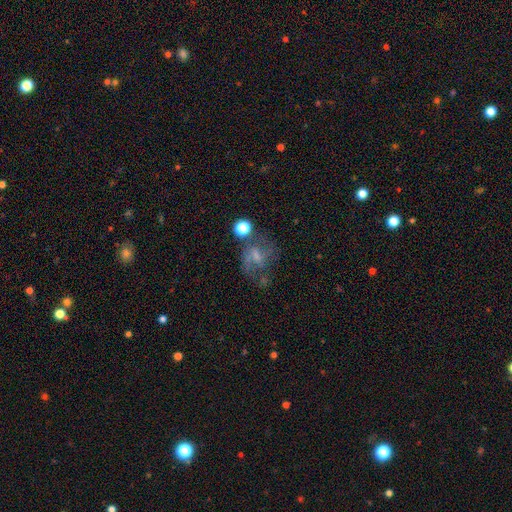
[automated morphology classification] Overall: featured or disk (54%; smooth 30%). Edge-on disk: no (97%). Bar: weak (45%; no 38%). Spiral arms: yes (69%; no 31%). Bulge size: small (36%; none 35%). Merging: none (42%; major disturbance 27%).